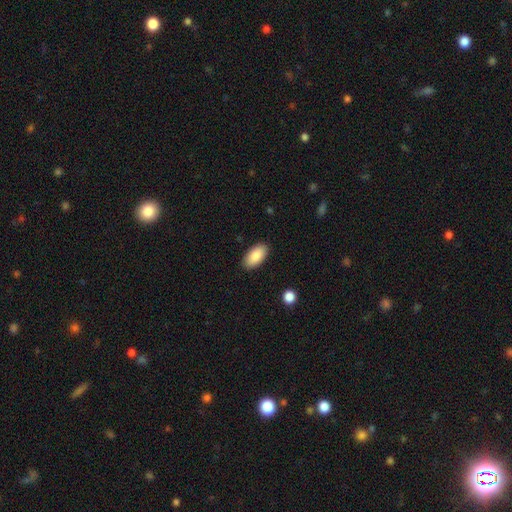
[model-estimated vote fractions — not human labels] Smooth or featured: smooth — 88% (star or artifact — 6%)
How rounded: in between — 94% (cigar-shaped — 4%)
Merging: none — 88% (minor disturbance — 9%)